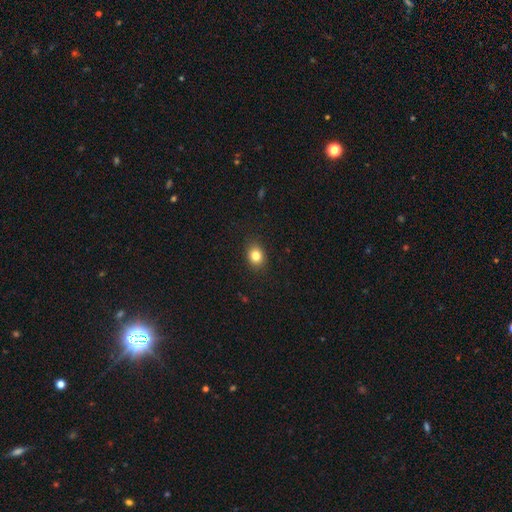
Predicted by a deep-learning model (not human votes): This is clearly a smooth galaxy (82%). How rounded: possibly in between (54%). Merging: clearly none (88%).